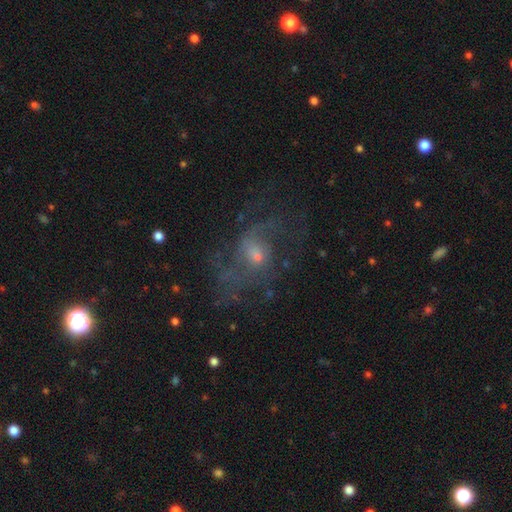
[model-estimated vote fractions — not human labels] smooth_or_featured: featured or disk (p=0.66) [alt: smooth p=0.18]
disk_edge_on: no (p=0.96) [alt: yes p=0.04]
bar: no (p=0.65) [alt: weak p=0.30]
has_spiral_arms: yes (p=0.73) [alt: no p=0.27]
bulge_size: small (p=0.64) [alt: moderate p=0.28]
merging: none (p=0.54) [alt: major disturbance p=0.26]